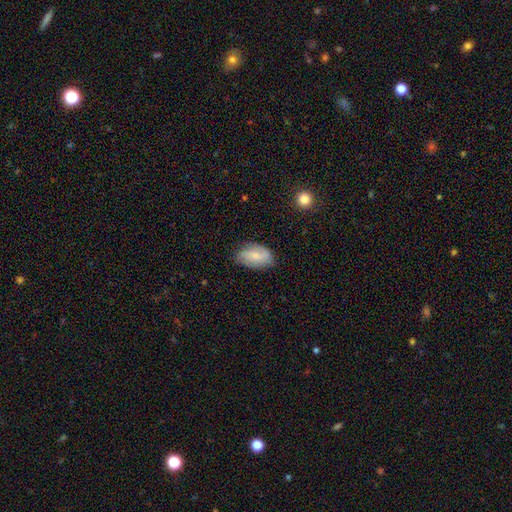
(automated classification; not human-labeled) smooth_or_featured: smooth (p=0.67) [alt: featured or disk p=0.26]
how_rounded: in between (p=0.91) [alt: round p=0.06]
merging: none (p=0.74) [alt: minor disturbance p=0.21]